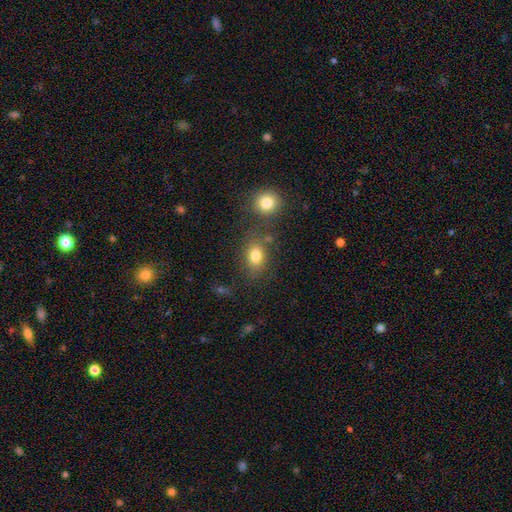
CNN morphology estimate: Overall: smooth (80%). How rounded: in between (63%; round 35%). Merging: none (66%).